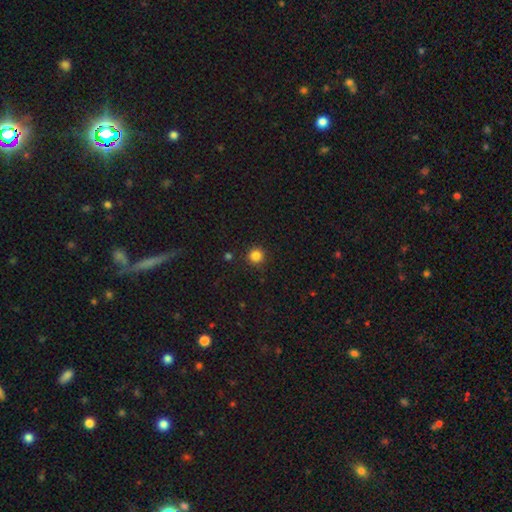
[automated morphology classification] Smooth or featured?
  - smooth: 84% *
  - star or artifact: 12%
  - featured or disk: 3%
How rounded?
  - round: 95% *
  - in between: 4%
  - cigar-shaped: 1%
Merging?
  - none: 90% *
  - minor disturbance: 6%
  - major disturbance: 2%
  - merger: 2%